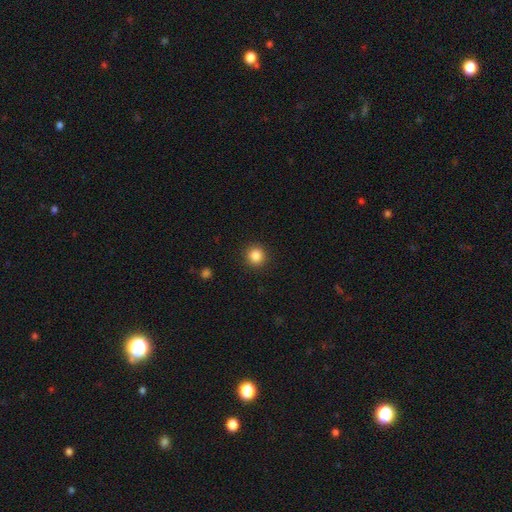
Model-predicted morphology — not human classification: Smooth or featured? Predicted: smooth (p=0.85). How rounded? Predicted: round (p=0.93). Merging? Predicted: none (p=0.92).